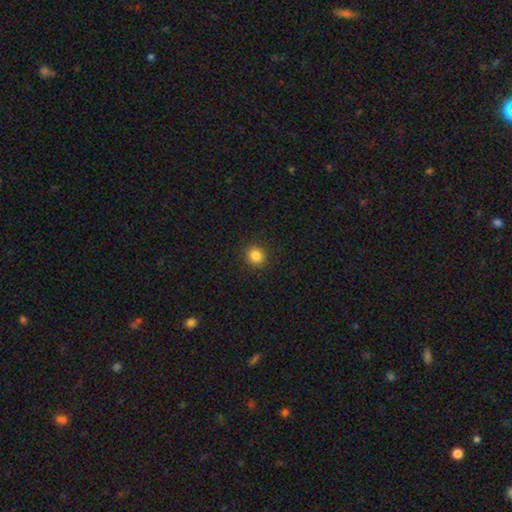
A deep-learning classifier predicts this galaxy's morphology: Q: Smooth or featured?
A: smooth (84%); runner-up: star or artifact (12%)
Q: How rounded?
A: round (88%); runner-up: in between (11%)
Q: Merging?
A: none (91%); runner-up: minor disturbance (6%)